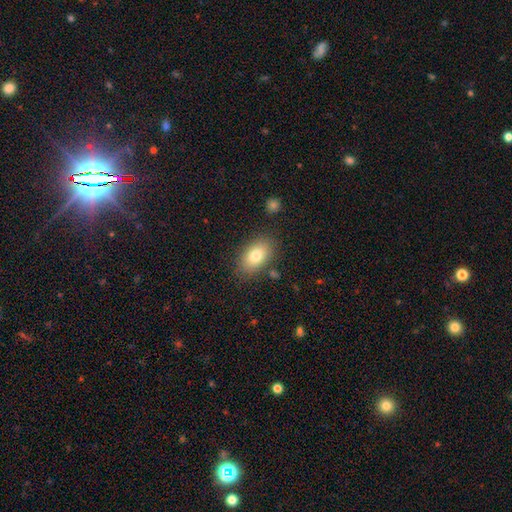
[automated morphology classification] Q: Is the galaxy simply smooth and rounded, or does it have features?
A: smooth — 81%.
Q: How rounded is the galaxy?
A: in between — 90%.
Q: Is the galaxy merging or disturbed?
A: none — 82%.